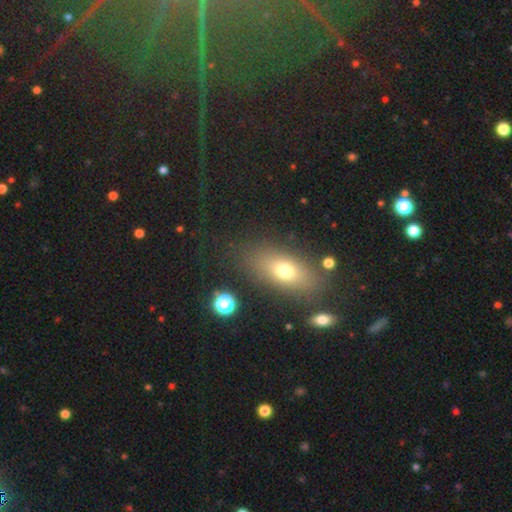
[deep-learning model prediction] This is possibly a smooth galaxy (54%). How rounded: likely in between (77%). Merging: clearly none (83%).